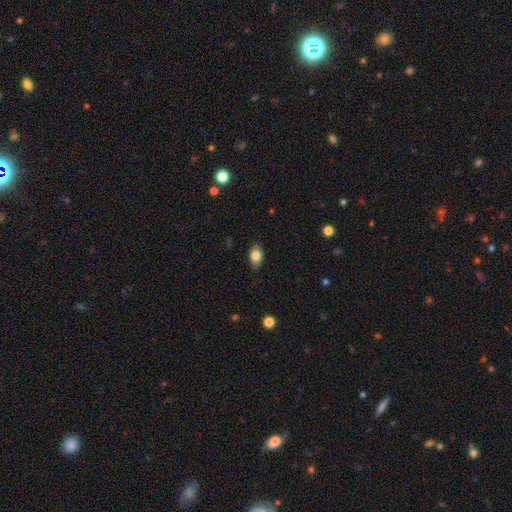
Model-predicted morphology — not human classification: smooth 83%, featured or disk 9%, star or artifact 8%. Down the decision tree: how rounded — in between (86%); merging — none (85%).